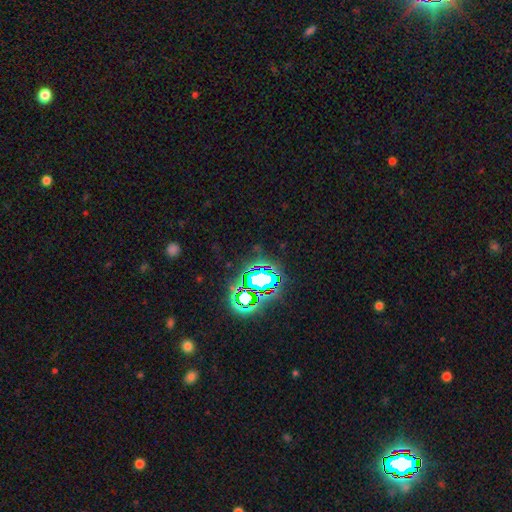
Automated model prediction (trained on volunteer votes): Smooth or featured?
  - star or artifact: 78% *
  - smooth: 14%
  - featured or disk: 8%